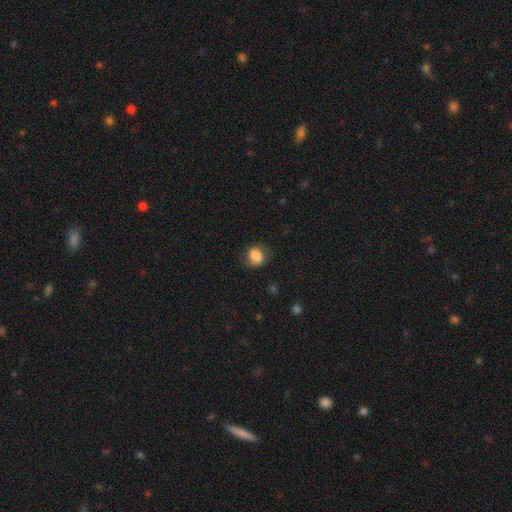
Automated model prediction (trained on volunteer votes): This is likely a smooth galaxy (71%). How rounded: possibly round (57%). Merging: likely none (70%).